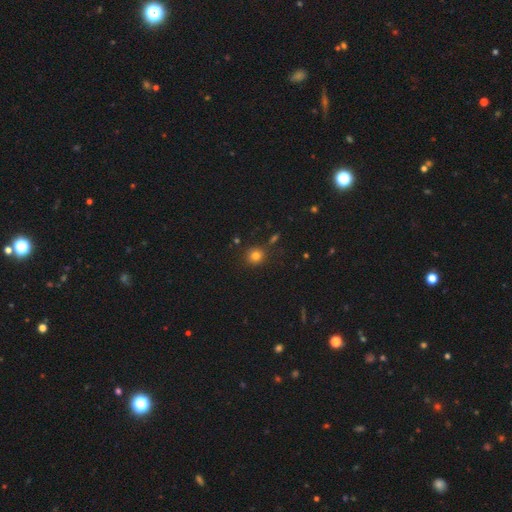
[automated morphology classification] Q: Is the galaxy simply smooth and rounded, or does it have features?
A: smooth — 79%.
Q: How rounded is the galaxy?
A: round — 88%.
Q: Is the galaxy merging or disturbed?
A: none — 84%.